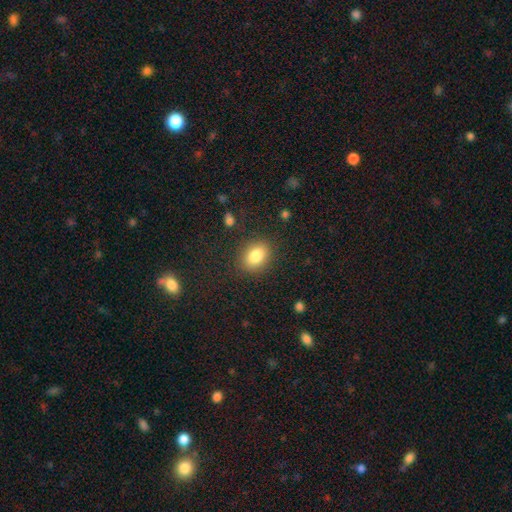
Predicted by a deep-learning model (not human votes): The model was most divided on "how rounded": in between: 61%, round: 37%, cigar-shaped: 1%. More confident: merging — none (85%); smooth or featured — smooth (83%).